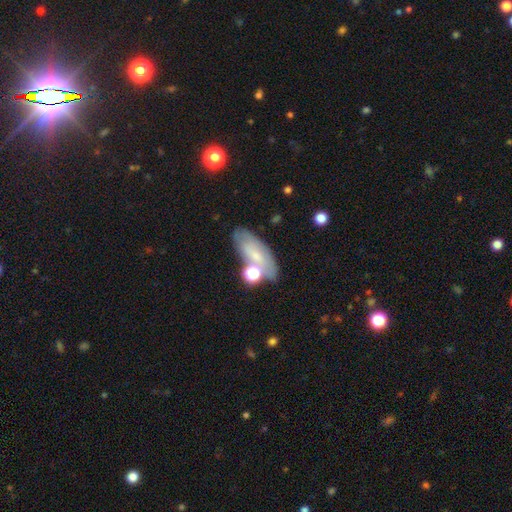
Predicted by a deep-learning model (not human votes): A smooth galaxy with no disk features (60%) that is in between round and cigar-shaped (80%). Merging: none (54%).